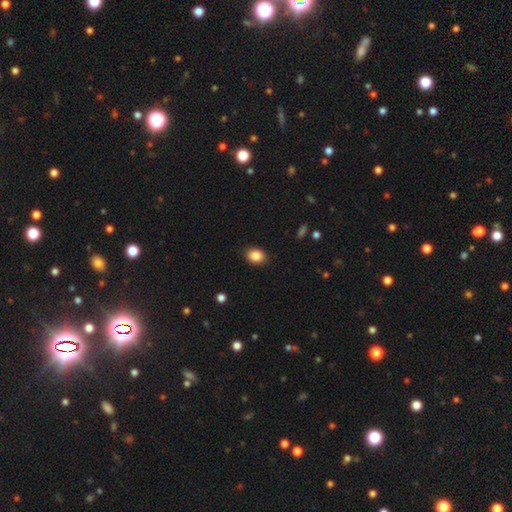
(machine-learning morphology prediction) smooth-or-featured: smooth: 87% | star or artifact: 8% | featured or disk: 5%
  how-rounded: in between: 68% | round: 31% | cigar-shaped: 1%
  merging: none: 87% | minor disturbance: 10% | major disturbance: 2% | merger: 1%